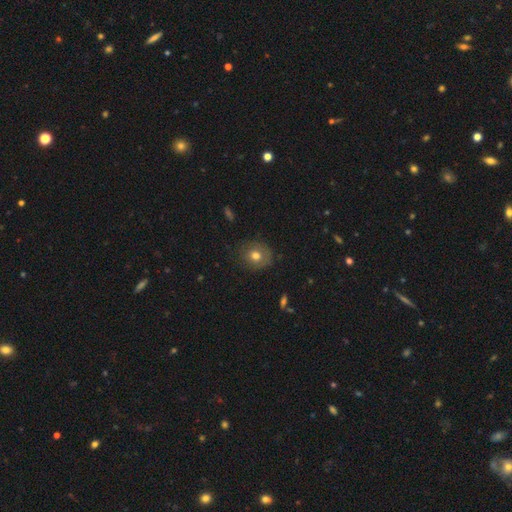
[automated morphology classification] A smooth galaxy with no disk features (68%) that is round (77%).

Vote fractions:
- Smooth or featured? smooth: 68% / featured or disk: 21% / star or artifact: 11%
- How rounded? round: 77% / in between: 22% / cigar-shaped: 1%
- Merging? none: 76% / minor disturbance: 17% / major disturbance: 6% / merger: 1%